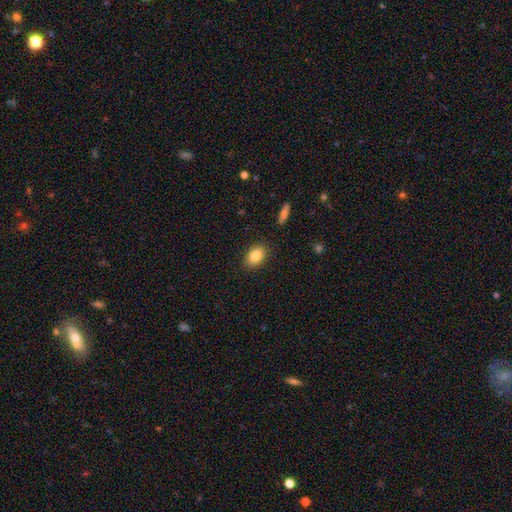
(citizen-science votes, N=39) This appears to be a smooth galaxy with no disk features (82%) that is in between round and cigar-shaped (84%). Merging: none (86%).